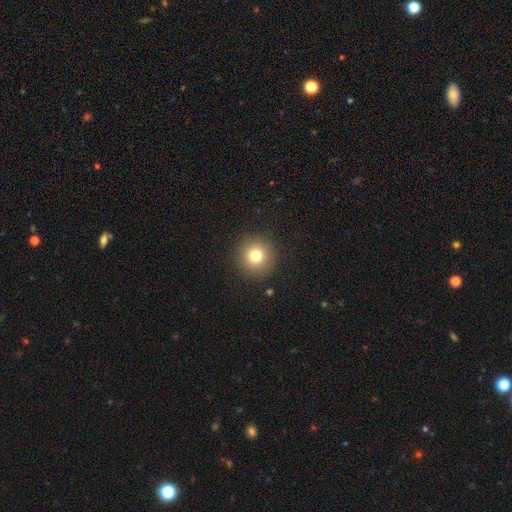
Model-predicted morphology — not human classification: smooth_or_featured: smooth (p=0.77) [alt: star or artifact p=0.14]
how_rounded: round (p=0.95) [alt: in between p=0.04]
merging: none (p=0.91) [alt: minor disturbance p=0.05]